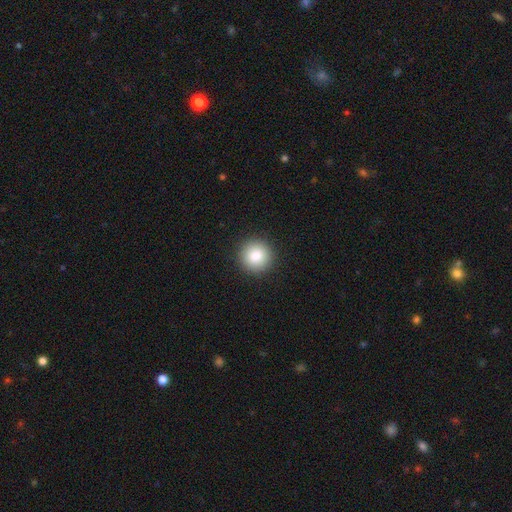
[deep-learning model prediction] This is clearly a smooth galaxy (84%). How rounded: clearly round (95%). Merging: clearly none (92%).